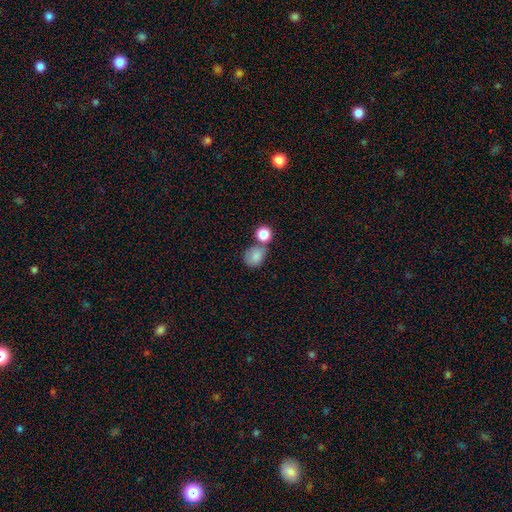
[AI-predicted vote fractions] Overall: smooth (82%). How rounded: round (55%; in between 44%). Merging: none (47%; merger 30%).